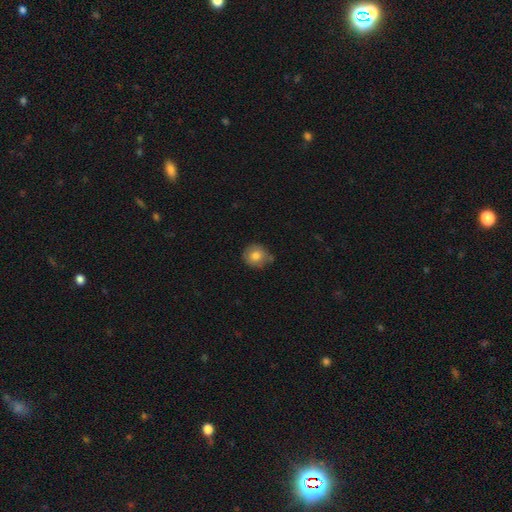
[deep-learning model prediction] smooth 78%, featured or disk 13%, star or artifact 9%. Down the decision tree: how rounded — round (86%); merging — none (69%).